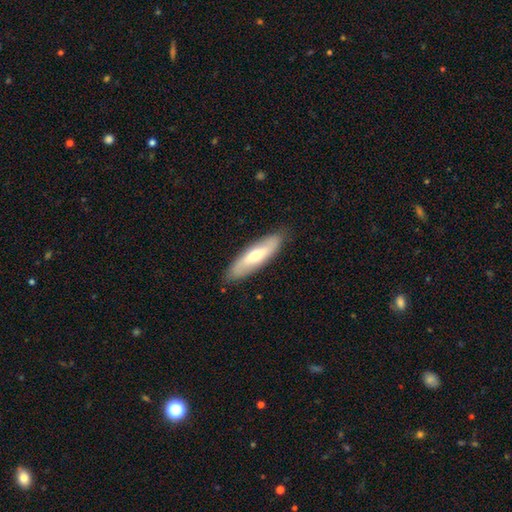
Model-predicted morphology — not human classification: Overall: smooth (48%; featured or disk 47%). Merging: none (87%).